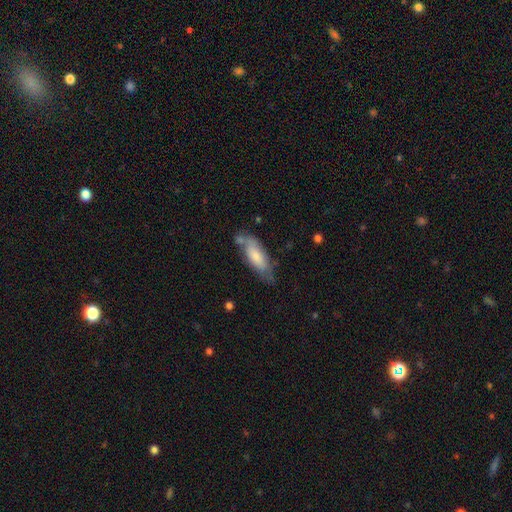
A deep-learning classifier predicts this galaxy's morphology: A smooth galaxy with no disk features (72%) that is in between round and cigar-shaped (63%). Merging: none (56%).